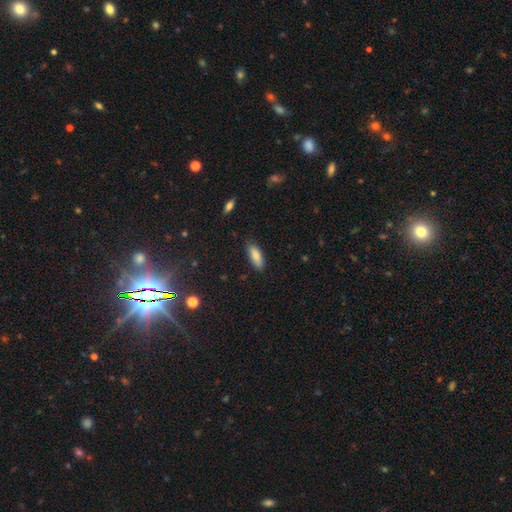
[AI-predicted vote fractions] The model was most divided on "how rounded": in between: 70%, cigar-shaped: 29%, round: 2%. More confident: merging — none (85%); smooth or featured — smooth (83%).